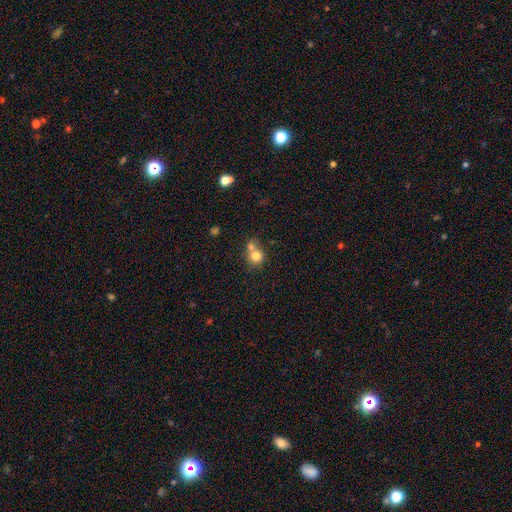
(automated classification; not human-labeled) smooth-or-featured: smooth: 76% | featured or disk: 13% | star or artifact: 11%
  how-rounded: round: 82% | in between: 17% | cigar-shaped: 1%
  merging: merger: 51% | none: 38% | minor disturbance: 8% | major disturbance: 3%